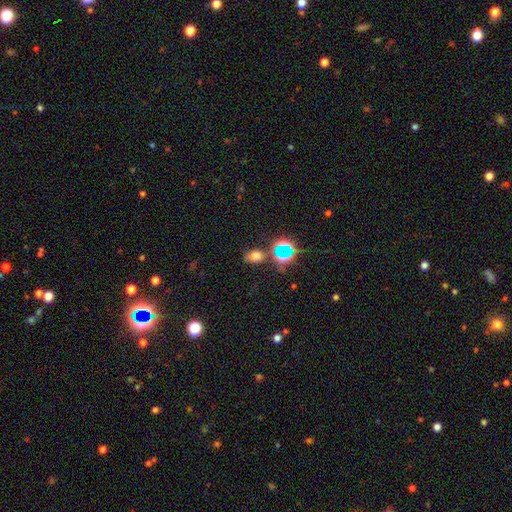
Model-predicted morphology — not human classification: smooth-or-featured: smooth: 60% | star or artifact: 31% | featured or disk: 9%
  how-rounded: in between: 74% | round: 23% | cigar-shaped: 2%
  merging: none: 69% | minor disturbance: 15% | merger: 9% | major disturbance: 6%